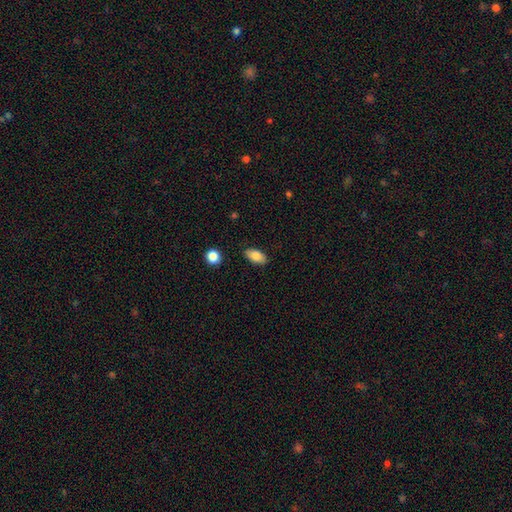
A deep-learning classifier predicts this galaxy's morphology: Smooth or featured? smooth (84%)
How rounded? in between (91%)
Merging? none (85%)